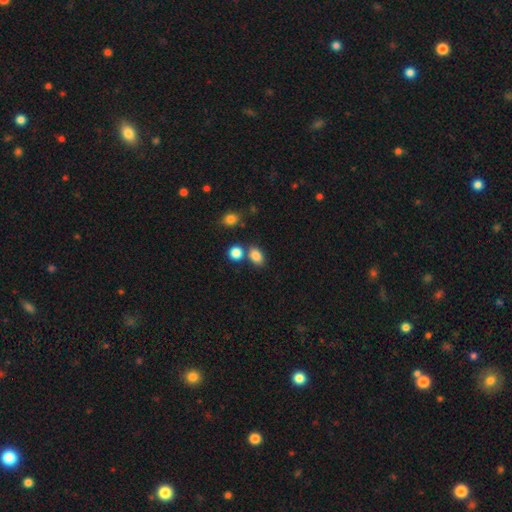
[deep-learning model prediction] A smooth galaxy with no disk features (83%) that is in between round and cigar-shaped (77%).

Vote fractions:
- Smooth or featured? smooth: 83% / star or artifact: 11% / featured or disk: 6%
- How rounded? in between: 77% / round: 21% / cigar-shaped: 2%
- Merging? none: 67% / merger: 18% / minor disturbance: 12% / major disturbance: 4%